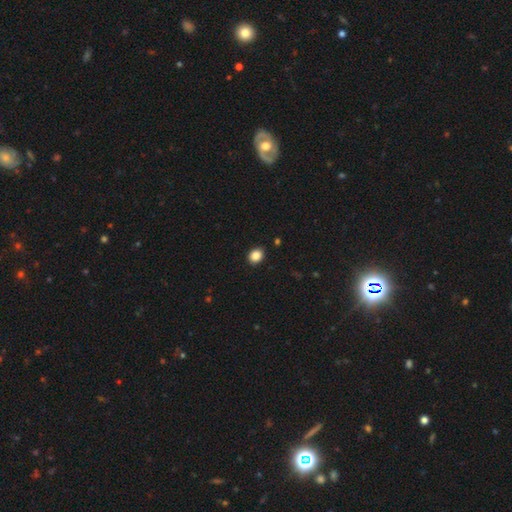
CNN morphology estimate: This is clearly a smooth galaxy (87%). How rounded: possibly round (55%). Merging: clearly none (91%).